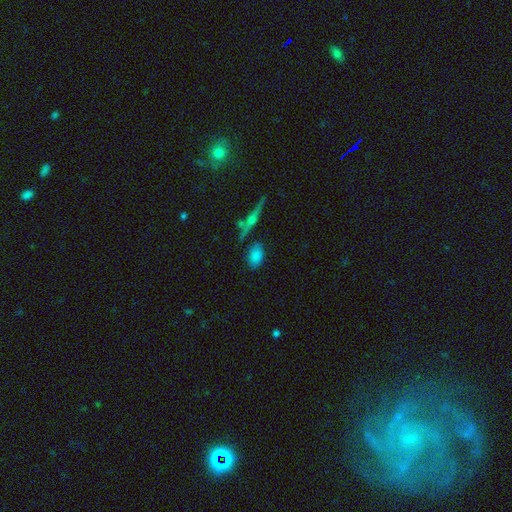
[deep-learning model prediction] Smooth or featured? smooth (80%)
How rounded? in between (87%)
Merging? none (72%)